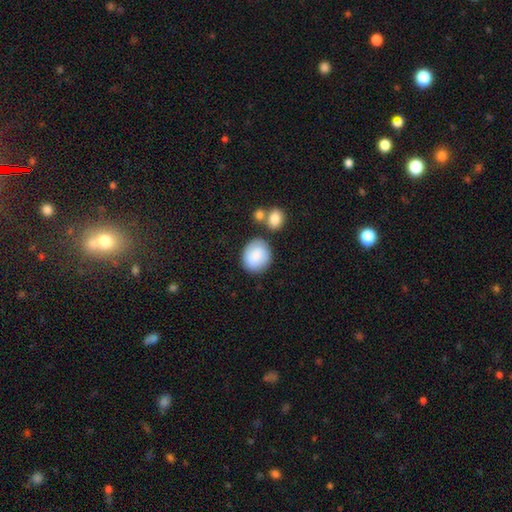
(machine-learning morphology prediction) Smooth or featured: smooth — 83% (featured or disk — 10%)
How rounded: round — 71% (in between — 28%)
Merging: none — 69% (minor disturbance — 14%)